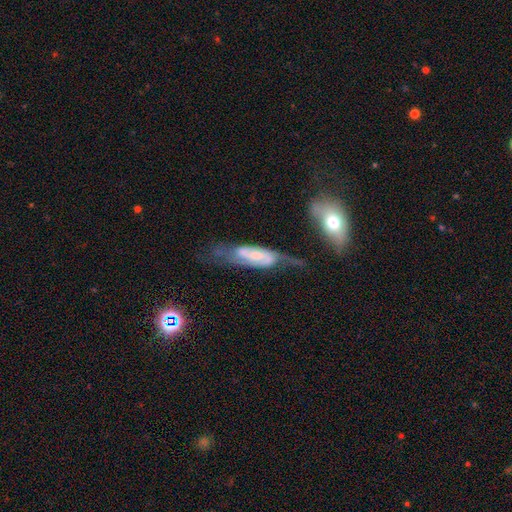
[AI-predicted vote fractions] This is likely a featured or disk galaxy (75%). It is clearly not viewed edge-on (83%). Bar: marginally weak (41%). Spiral arm pattern: clearly yes (88%). Spiral arm count: likely 2 (80%). Spiral winding: possibly medium (45%). Central bulge: possibly small (46%). Merging: marginally none (42%).